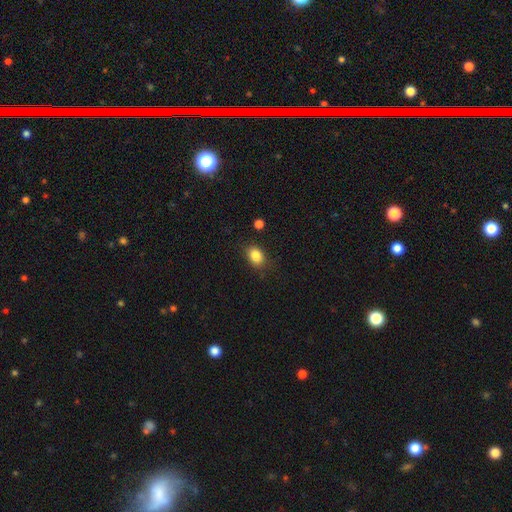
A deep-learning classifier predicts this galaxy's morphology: smooth 85%, star or artifact 10%, featured or disk 6%. Down the decision tree: how rounded — in between (69%); merging — none (82%).